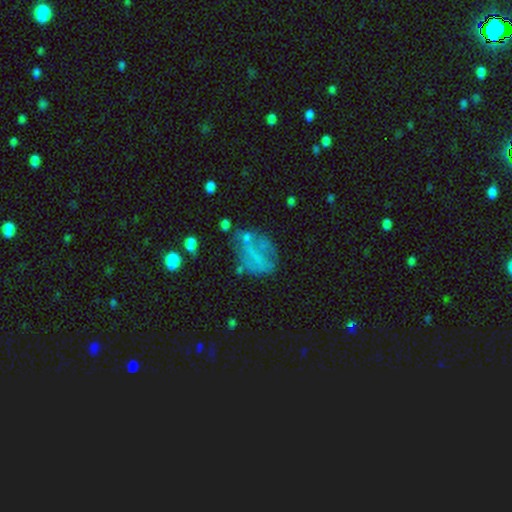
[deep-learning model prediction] The model was most divided on "smooth or featured": smooth: 45%, featured or disk: 41%, star or artifact: 14%. Remaining: merging — none (42%).